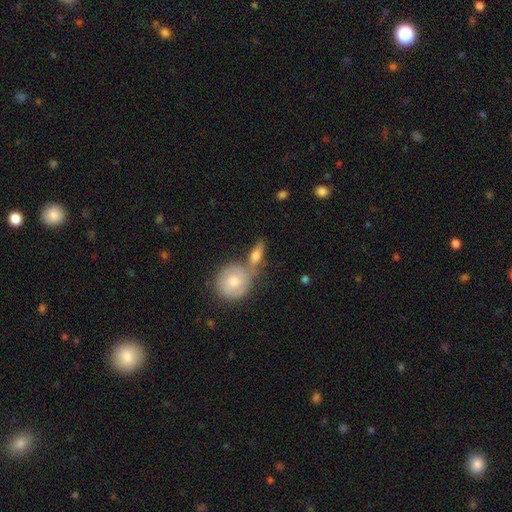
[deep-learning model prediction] Smooth or featured?
  - smooth: 63% *
  - featured or disk: 30%
  - star or artifact: 8%
How rounded?
  - in between: 61% *
  - cigar-shaped: 22%
  - round: 17%
Merging?
  - none: 46% *
  - merger: 37%
  - minor disturbance: 12%
  - major disturbance: 5%